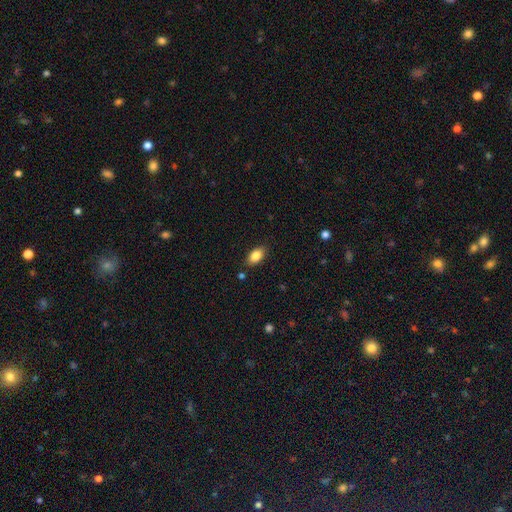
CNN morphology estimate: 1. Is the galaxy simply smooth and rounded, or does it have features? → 85% smooth, 8% star or artifact, 7% featured or disk.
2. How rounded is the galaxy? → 90% in between, 7% round, 3% cigar-shaped.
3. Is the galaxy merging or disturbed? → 85% none, 11% minor disturbance, 3% major disturbance, 2% merger.